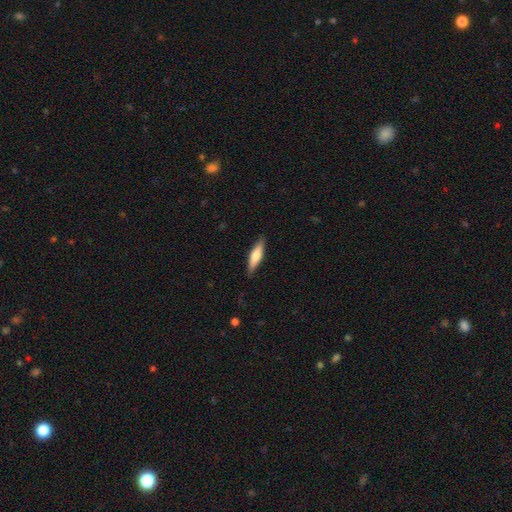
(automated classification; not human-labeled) smooth-or-featured: smooth: 58% | featured or disk: 36% | star or artifact: 6%
  how-rounded: cigar-shaped: 73% | in between: 26% | round: 2%
  merging: none: 87% | minor disturbance: 10% | major disturbance: 2% | merger: 1%